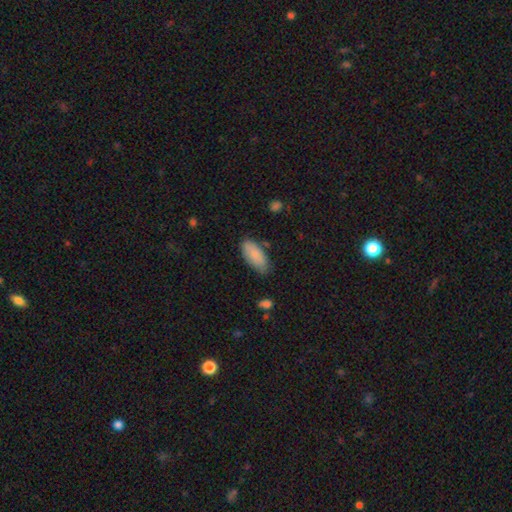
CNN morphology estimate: smooth 86%, featured or disk 8%, star or artifact 6%. Down the decision tree: how rounded — in between (88%); merging — none (76%).